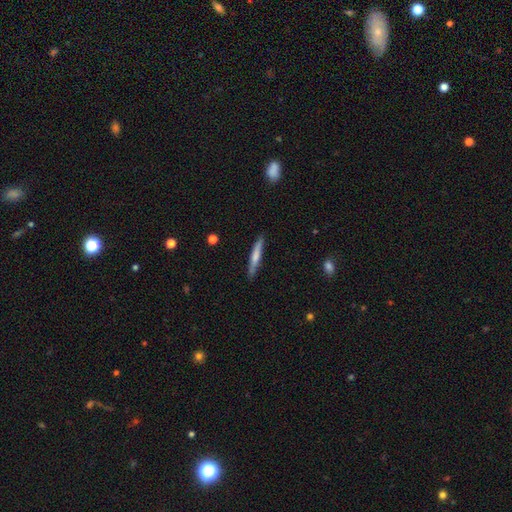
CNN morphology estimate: Smooth or featured? Predicted: smooth (p=0.59). How rounded? Predicted: cigar-shaped (p=0.94). Merging? Predicted: none (p=0.87).